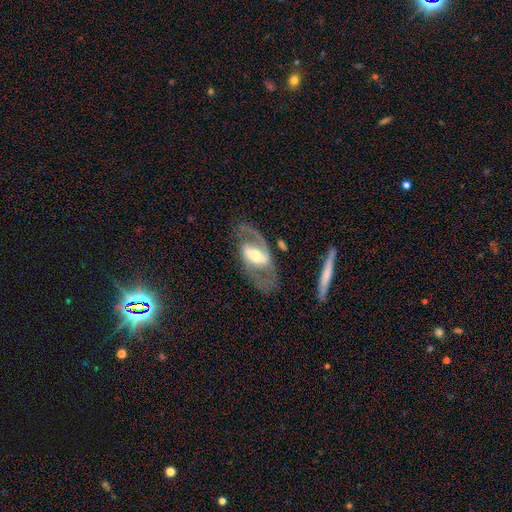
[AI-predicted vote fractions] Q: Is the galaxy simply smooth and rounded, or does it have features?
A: featured or disk — 84%.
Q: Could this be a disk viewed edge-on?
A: no — 94%.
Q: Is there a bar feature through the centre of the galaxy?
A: strong — 55%.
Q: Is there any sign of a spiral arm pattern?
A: yes — 89%.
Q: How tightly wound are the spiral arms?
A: medium — 54%.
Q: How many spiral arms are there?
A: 2 — 81%.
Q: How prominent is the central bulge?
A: moderate — 58%.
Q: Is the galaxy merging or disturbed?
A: none — 67%.